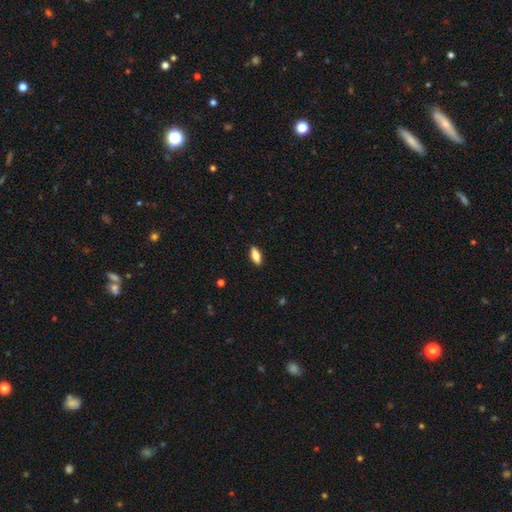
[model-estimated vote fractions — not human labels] Smooth or featured? smooth (78%)
How rounded? in between (80%)
Merging? none (89%)